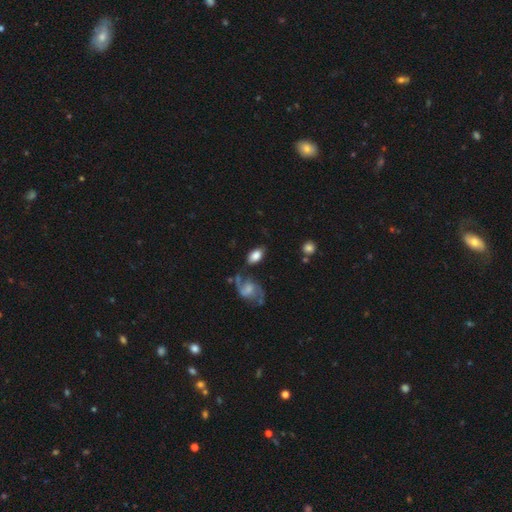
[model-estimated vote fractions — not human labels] The model was most divided on "merging": none: 65%, minor disturbance: 19%, merger: 9%, major disturbance: 8%. More confident: how rounded — in between (89%); smooth or featured — smooth (70%).